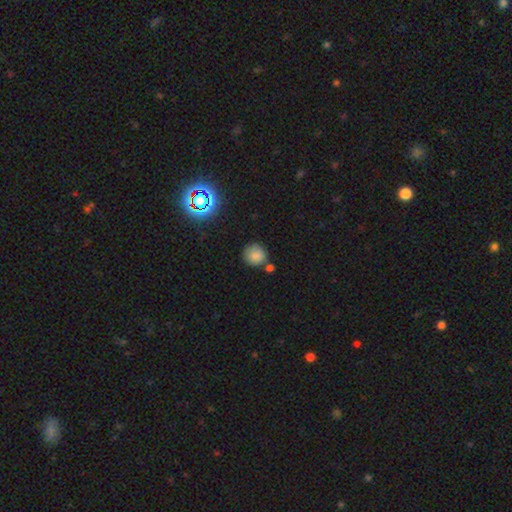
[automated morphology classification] smooth_or_featured: smooth (p=0.81) [alt: star or artifact p=0.13]
how_rounded: round (p=0.91) [alt: in between p=0.08]
merging: none (p=0.71) [alt: merger p=0.13]